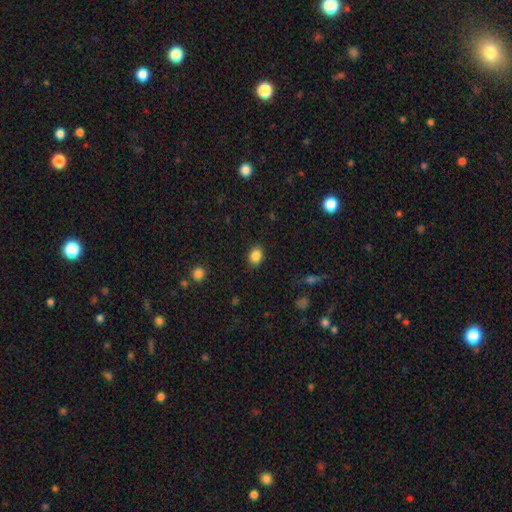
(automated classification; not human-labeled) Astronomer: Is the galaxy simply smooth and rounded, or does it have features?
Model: smooth — 86%.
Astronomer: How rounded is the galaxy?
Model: in between — 53% (runner-up: round, 46%).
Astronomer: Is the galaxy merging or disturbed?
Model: none — 87%.